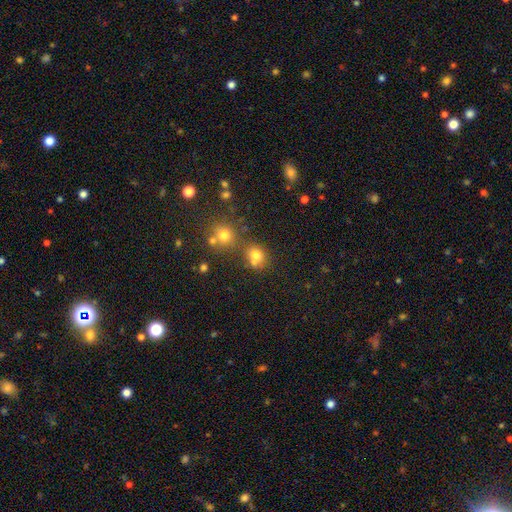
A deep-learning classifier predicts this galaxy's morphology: Overall: smooth (74%). How rounded: round (76%). Merging: none (54%; merger 28%).